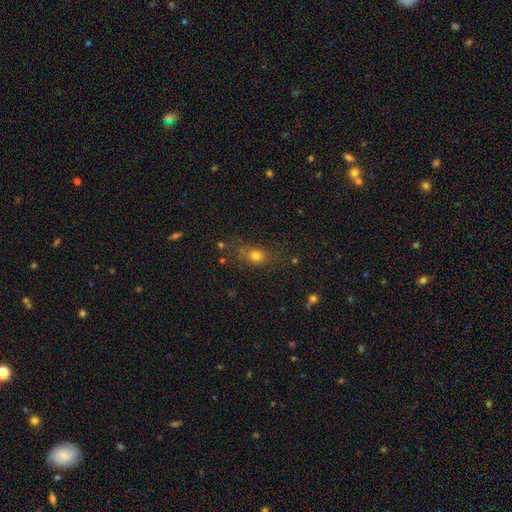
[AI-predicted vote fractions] Morphology: type=smooth (74%); roundness=in between (52%); merging=none (71%).